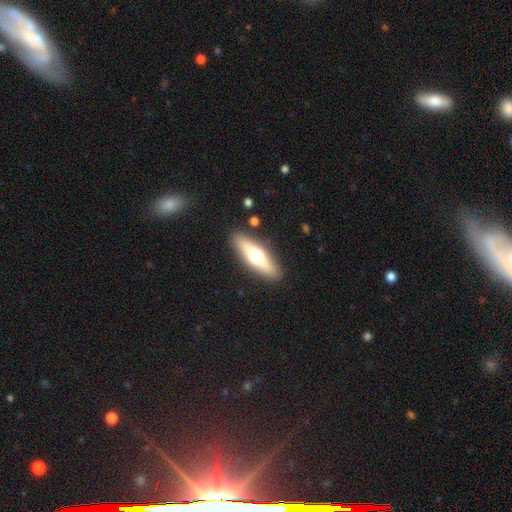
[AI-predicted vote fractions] smooth 49%, featured or disk 45%, star or artifact 6%. Down the decision tree: merging — none (88%).